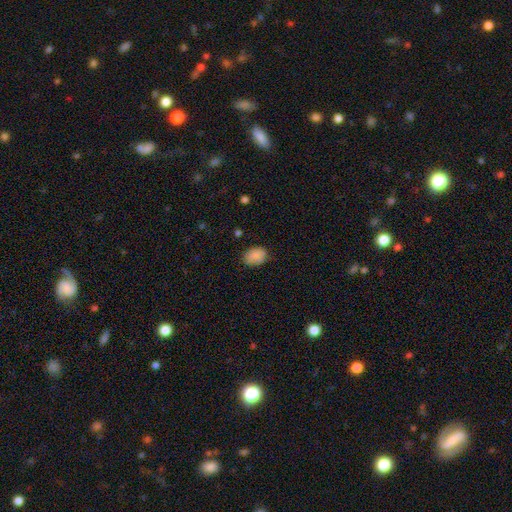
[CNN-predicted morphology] Overall: smooth (87%). How rounded: in between (74%). Merging: none (75%).